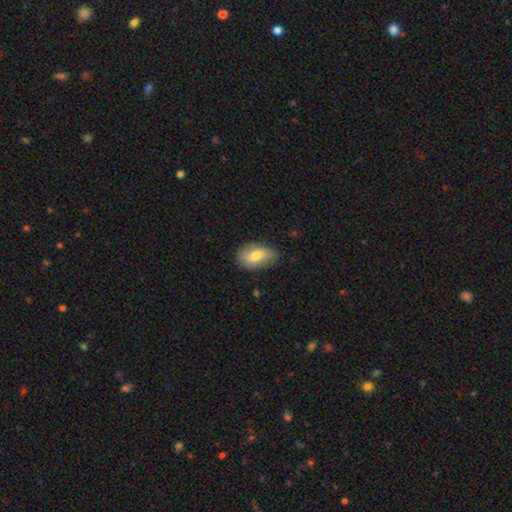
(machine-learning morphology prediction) The model was most divided on "smooth or featured": smooth: 70%, featured or disk: 24%, star or artifact: 7%. More confident: how rounded — in between (89%); merging — none (75%).